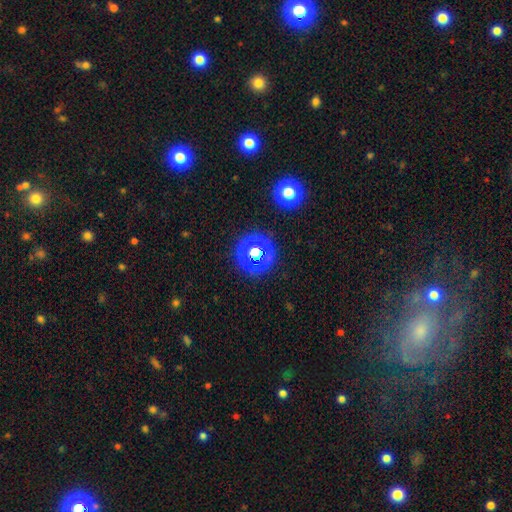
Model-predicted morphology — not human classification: Smooth or featured: star or artifact — 44% (smooth — 33%)